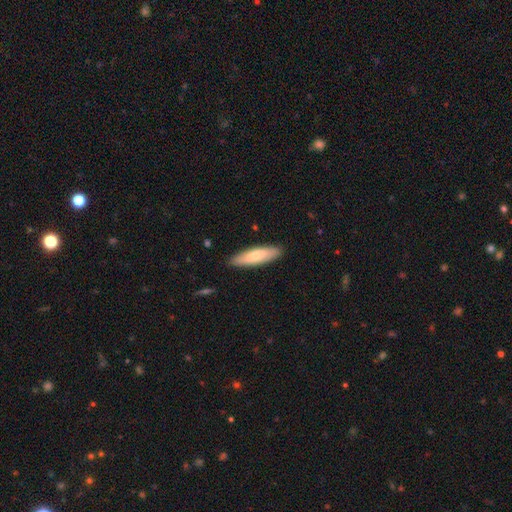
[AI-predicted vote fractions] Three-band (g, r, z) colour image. It shows a smooth galaxy with no disk features (69%) that is cigar-shaped (58%). Merging: none (88%).